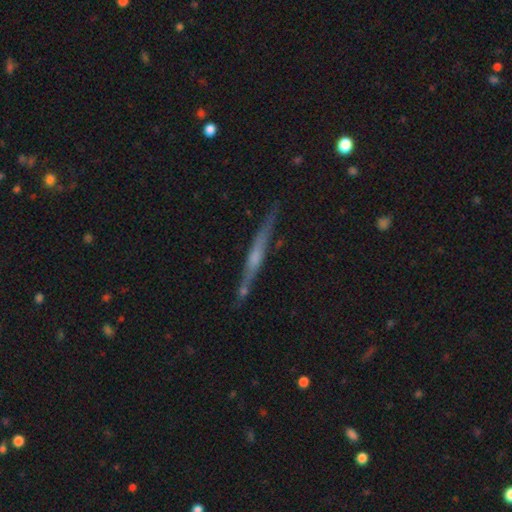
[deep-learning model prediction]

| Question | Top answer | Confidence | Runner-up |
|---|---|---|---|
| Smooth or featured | featured or disk | 69% | smooth (23%) |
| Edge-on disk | yes | 97% | no (3%) |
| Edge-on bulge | rounded | 49% | none (36%) |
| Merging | none | 83% | minor disturbance (11%) |